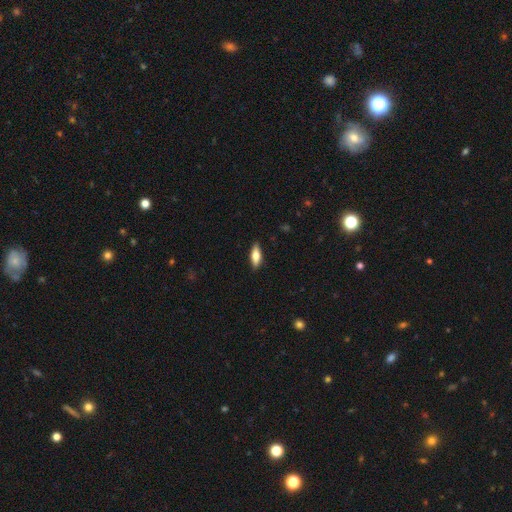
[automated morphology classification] type=smooth (65%); roundness=in between (63%); merging=none (87%).